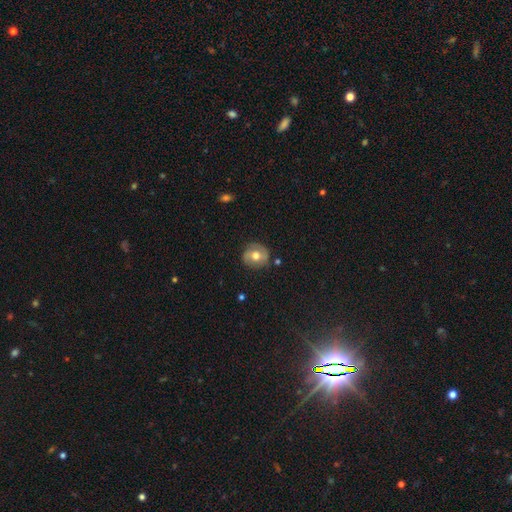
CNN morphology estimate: A smooth galaxy with no disk features (53%) that is round (81%).

Vote fractions:
- Smooth or featured? smooth: 53% / featured or disk: 39% / star or artifact: 8%
- How rounded? round: 81% / in between: 18% / cigar-shaped: 1%
- Merging? none: 77% / minor disturbance: 16% / major disturbance: 4% / merger: 2%